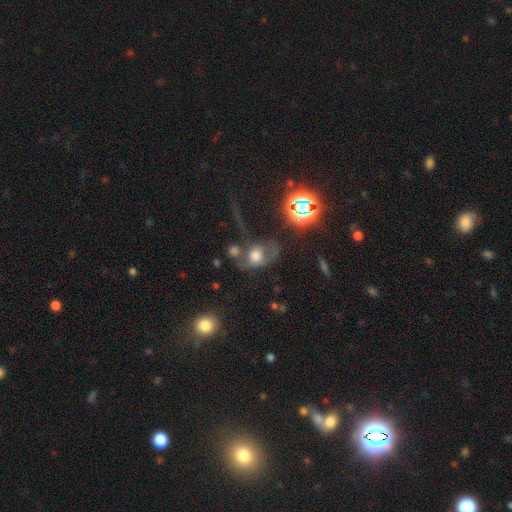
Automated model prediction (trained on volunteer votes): Smooth or featured? Predicted: smooth (p=0.49). Merging? Predicted: major disturbance (p=0.37).